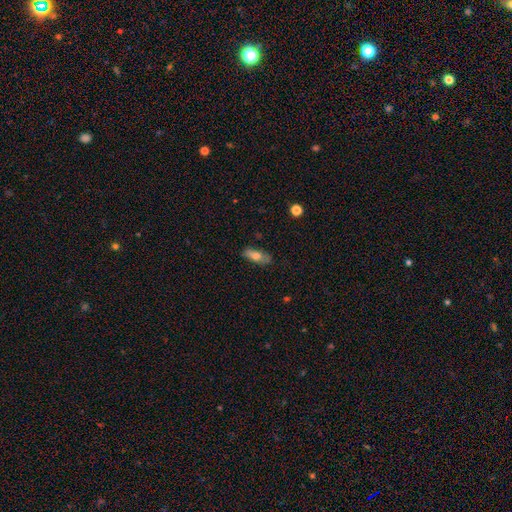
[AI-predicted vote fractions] Smooth or featured? smooth (70%)
How rounded? in between (71%)
Merging? none (75%)